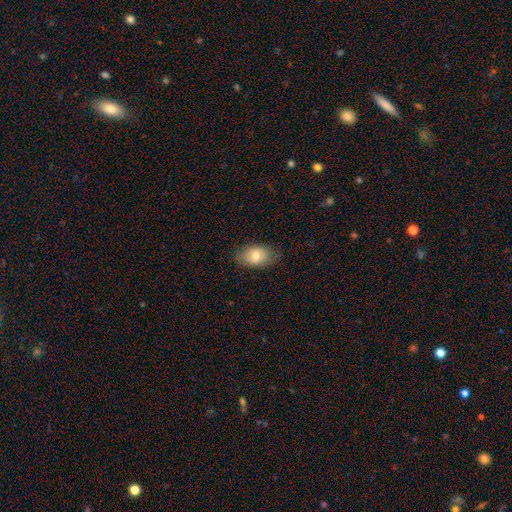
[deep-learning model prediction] Overall: smooth (75%). How rounded: in between (88%). Merging: none (78%).